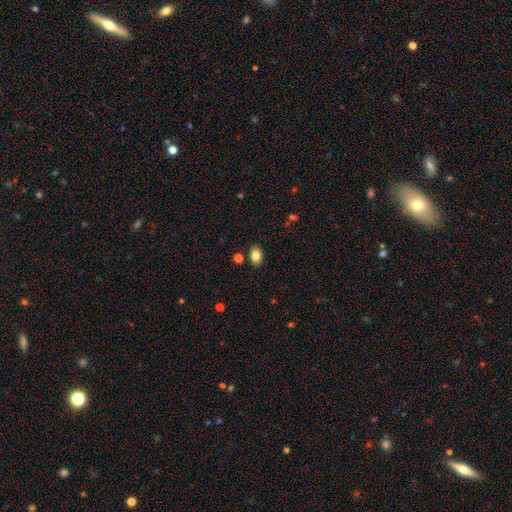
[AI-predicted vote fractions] smooth-or-featured: smooth: 82% | star or artifact: 9% | featured or disk: 9%
  how-rounded: in between: 82% | round: 17% | cigar-shaped: 1%
  merging: none: 86% | minor disturbance: 9% | merger: 3% | major disturbance: 2%